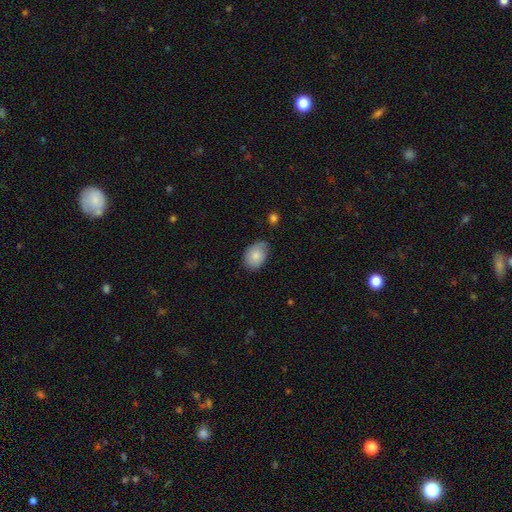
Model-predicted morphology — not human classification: Smooth or featured: smooth — 79% (featured or disk — 14%)
How rounded: in between — 77% (round — 22%)
Merging: none — 64% (minor disturbance — 28%)